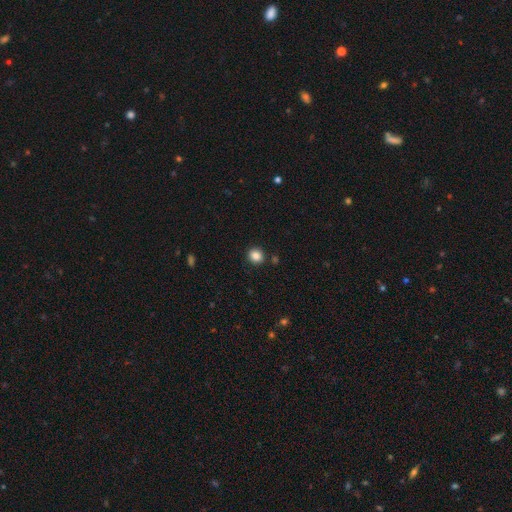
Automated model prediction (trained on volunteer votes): The model was most divided on "how rounded": round: 84%, in between: 15%, cigar-shaped: 1%. More confident: merging — none (88%); smooth or featured — smooth (86%).